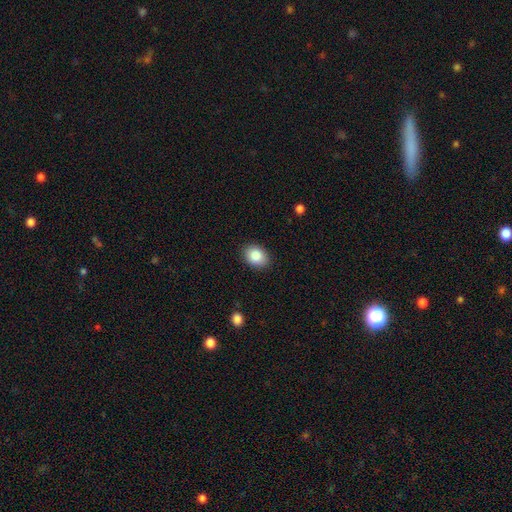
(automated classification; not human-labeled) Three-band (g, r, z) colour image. It shows a smooth galaxy with no disk features (85%) that is in between round and cigar-shaped (69%). Merging: none (88%).